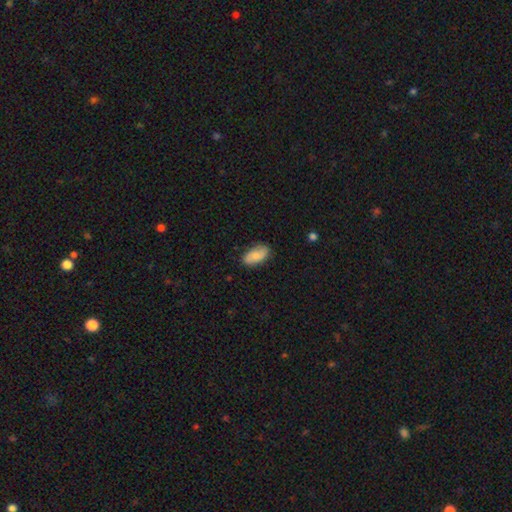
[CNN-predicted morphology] smooth_or_featured: smooth (p=0.78) [alt: featured or disk p=0.15]
how_rounded: in between (p=0.92) [alt: cigar-shaped p=0.05]
merging: none (p=0.81) [alt: minor disturbance p=0.15]